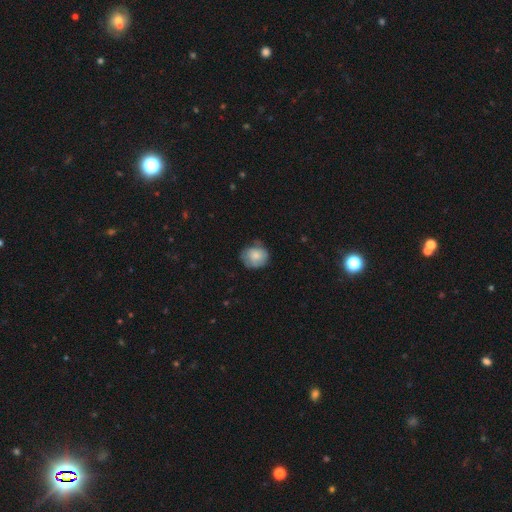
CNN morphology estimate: Smooth or featured? smooth (76%)
How rounded? round (71%)
Merging? none (58%)